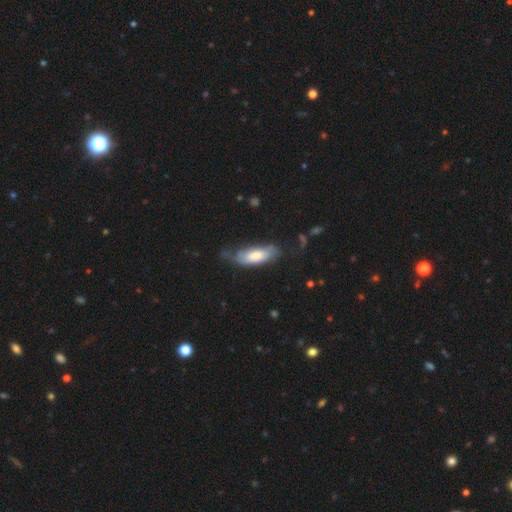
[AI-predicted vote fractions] This is likely a smooth galaxy (68%). How rounded: likely in between (68%). Merging: possibly none (52%).